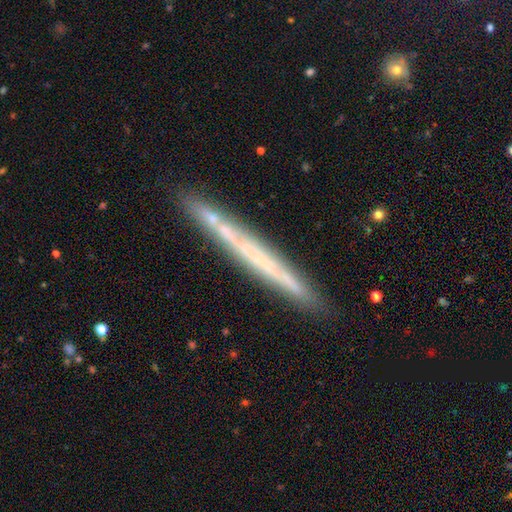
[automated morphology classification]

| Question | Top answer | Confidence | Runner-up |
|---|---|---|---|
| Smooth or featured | featured or disk | 61% | smooth (31%) |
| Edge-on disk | yes | 95% | no (5%) |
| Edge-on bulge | none | 89% | rounded (6%) |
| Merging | none | 86% | minor disturbance (10%) |